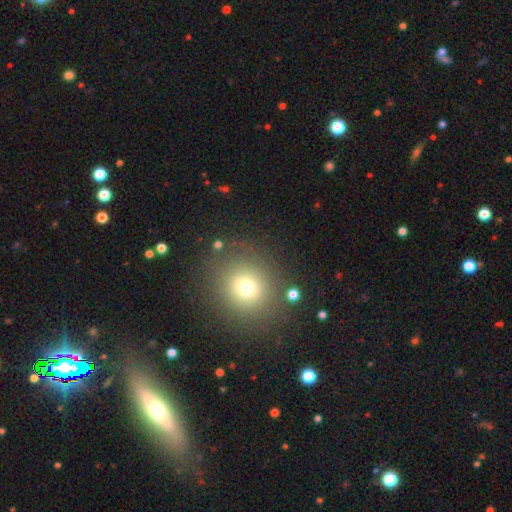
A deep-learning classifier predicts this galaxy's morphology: Smooth or featured?
  - smooth: 60% *
  - star or artifact: 29%
  - featured or disk: 11%
How rounded?
  - round: 83% *
  - in between: 15%
  - cigar-shaped: 2%
Merging?
  - none: 87% *
  - minor disturbance: 7%
  - merger: 3%
  - major disturbance: 3%